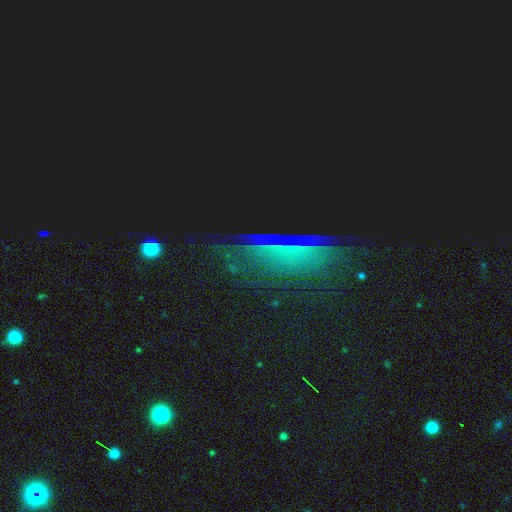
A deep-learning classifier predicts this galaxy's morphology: Smooth or featured? star or artifact (41%)